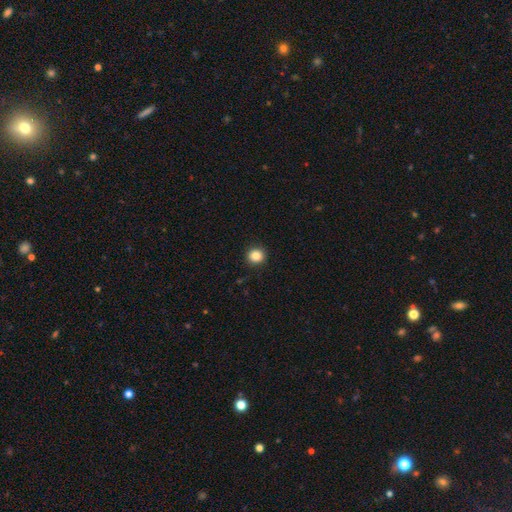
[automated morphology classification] smooth_or_featured: smooth (p=0.86) [alt: star or artifact p=0.10]
how_rounded: round (p=0.91) [alt: in between p=0.08]
merging: none (p=0.92) [alt: minor disturbance p=0.05]